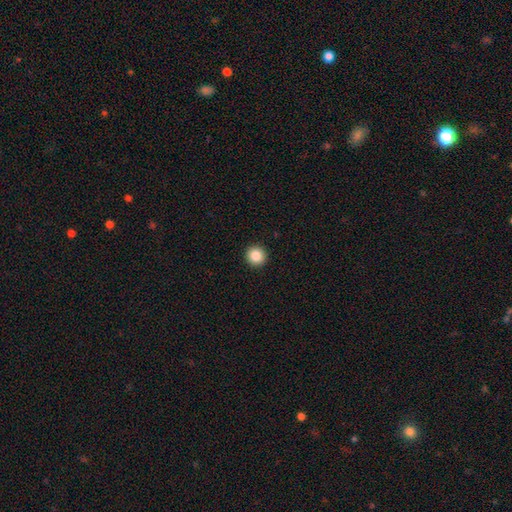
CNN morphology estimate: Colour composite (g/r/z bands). It shows a smooth galaxy with no disk features (85%) that is round (95%). Merging: none (94%).